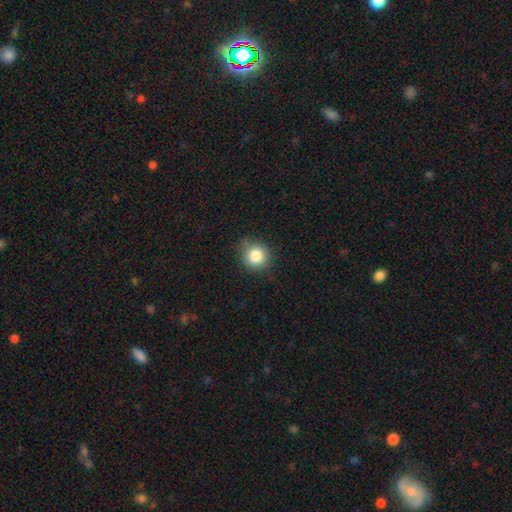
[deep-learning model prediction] Q: Smooth or featured?
A: smooth (83%); runner-up: star or artifact (10%)
Q: How rounded?
A: round (87%); runner-up: in between (12%)
Q: Merging?
A: none (78%); runner-up: minor disturbance (17%)